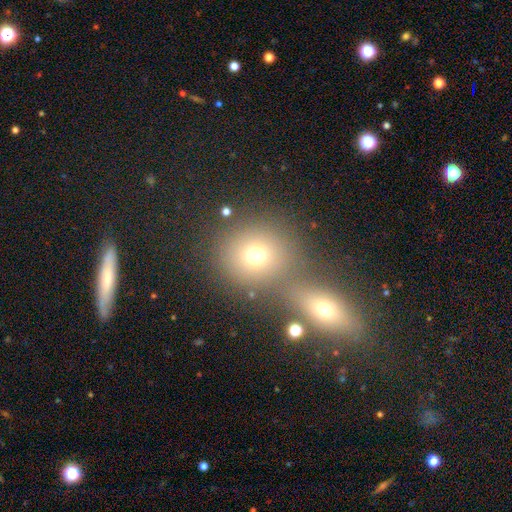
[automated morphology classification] Smooth or featured?
  - smooth: 73% *
  - star or artifact: 15%
  - featured or disk: 12%
How rounded?
  - round: 83% *
  - in between: 16%
  - cigar-shaped: 1%
Merging?
  - none: 53% *
  - merger: 34%
  - minor disturbance: 8%
  - major disturbance: 4%